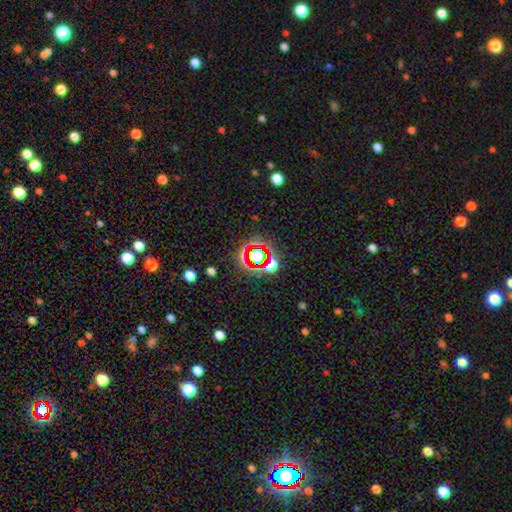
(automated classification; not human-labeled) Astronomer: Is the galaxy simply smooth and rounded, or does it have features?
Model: star or artifact — 61%.